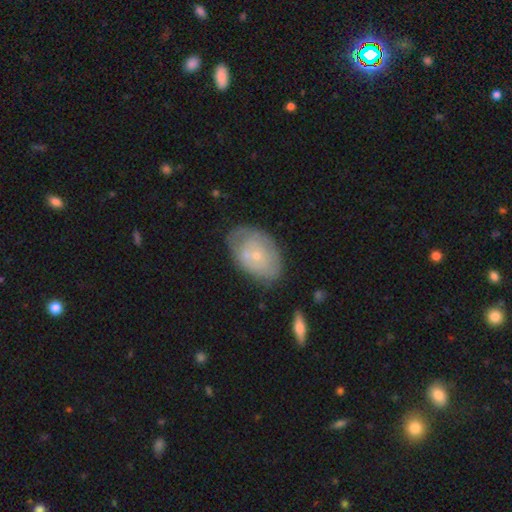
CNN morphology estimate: A featured or disk galaxy (49%).

Vote fractions:
- Smooth or featured? featured or disk: 49% / smooth: 45% / star or artifact: 6%
- Merging? none: 59% / minor disturbance: 26% / major disturbance: 9% / merger: 6%